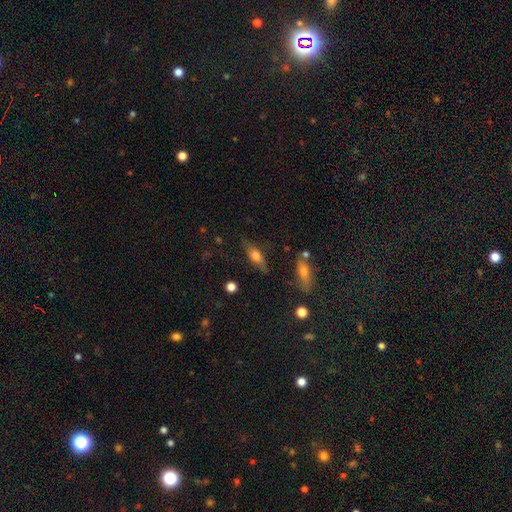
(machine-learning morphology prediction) Smooth or featured: smooth — 56% (featured or disk — 35%)
How rounded: in between — 57% (cigar-shaped — 38%)
Merging: none — 73% (minor disturbance — 18%)